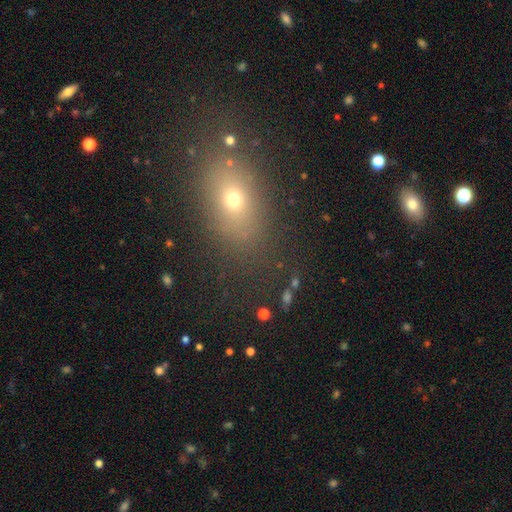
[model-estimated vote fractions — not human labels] A smooth galaxy with no disk features (61%) that is in between round and cigar-shaped (70%).

Vote fractions:
- Smooth or featured? smooth: 61% / star or artifact: 25% / featured or disk: 13%
- How rounded? in between: 70% / round: 26% / cigar-shaped: 4%
- Merging? none: 82% / minor disturbance: 10% / major disturbance: 5% / merger: 3%